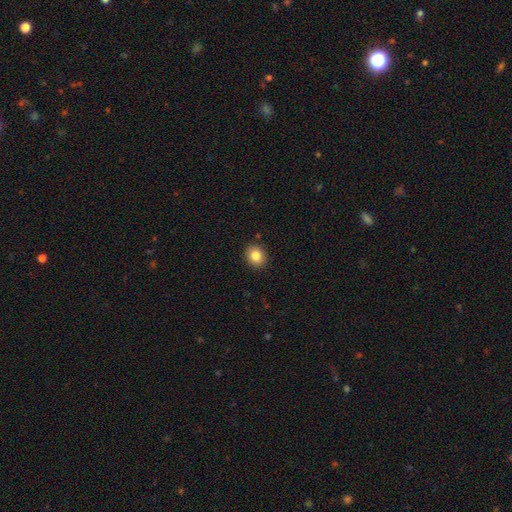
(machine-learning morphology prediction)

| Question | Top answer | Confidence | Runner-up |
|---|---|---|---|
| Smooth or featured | smooth | 85% | star or artifact (9%) |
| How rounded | round | 66% | in between (34%) |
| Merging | none | 90% | minor disturbance (7%) |